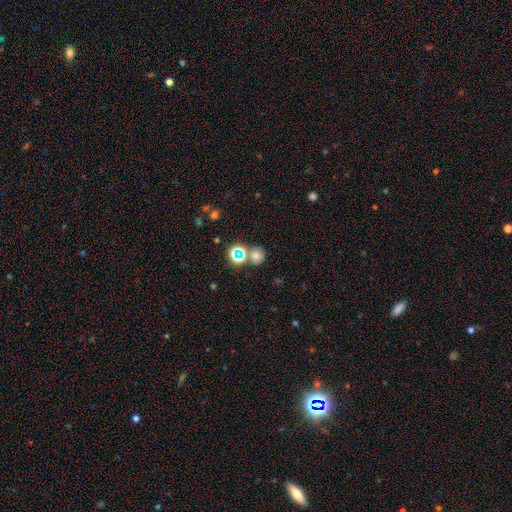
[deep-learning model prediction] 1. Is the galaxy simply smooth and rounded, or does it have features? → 65% smooth, 26% star or artifact, 9% featured or disk.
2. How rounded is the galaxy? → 83% round, 16% in between, 1% cigar-shaped.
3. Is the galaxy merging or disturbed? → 64% none, 24% merger, 8% minor disturbance, 4% major disturbance.